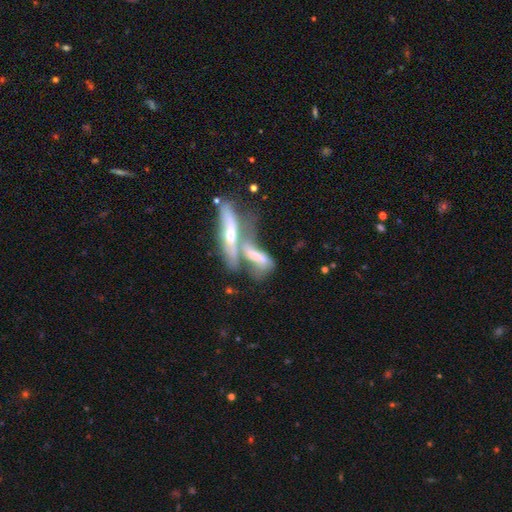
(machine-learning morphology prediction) featured or disk 52%, smooth 39%, star or artifact 9%. Down the decision tree: edge-on disk — no (52%); merging — merger (67%).